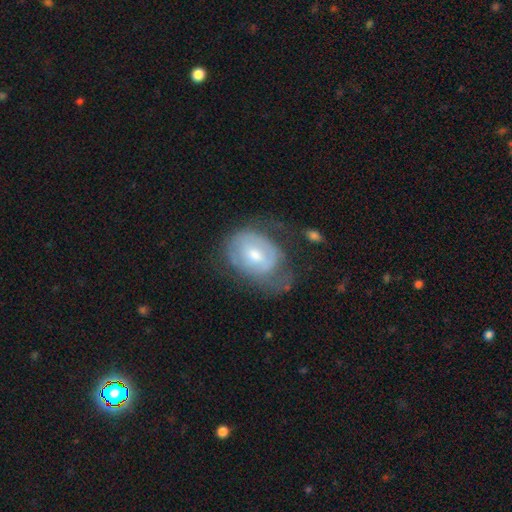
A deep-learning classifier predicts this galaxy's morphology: Smooth or featured? featured or disk (54%)
Edge-on disk? no (96%)
Bar? no (50%)
Spiral arms? yes (54%)
Bulge size? moderate (58%)
Merging? major disturbance (35%)